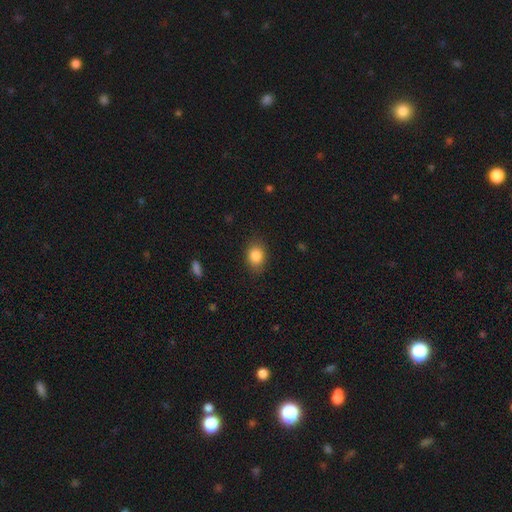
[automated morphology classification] This appears to be a smooth galaxy with no disk features (85%) that is in between round and cigar-shaped (63%). Merging: none (84%).